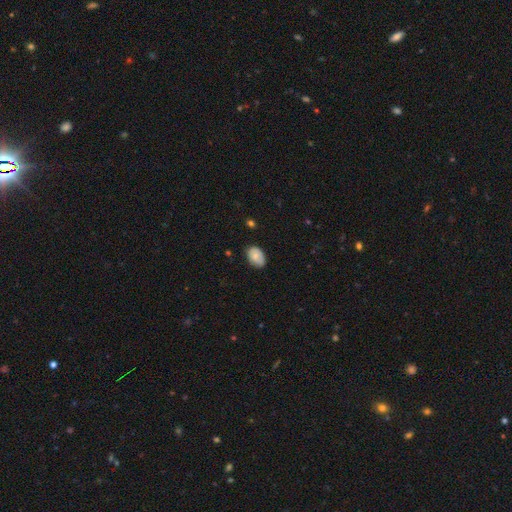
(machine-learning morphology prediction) smooth-or-featured: smooth: 73% | featured or disk: 20% | star or artifact: 7%
  how-rounded: in between: 83% | round: 15% | cigar-shaped: 1%
  merging: none: 73% | minor disturbance: 22% | major disturbance: 3% | merger: 1%